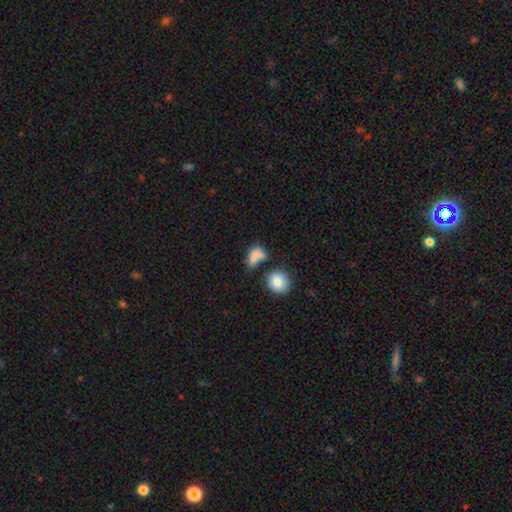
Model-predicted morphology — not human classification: Smooth or featured: smooth — 80% (star or artifact — 11%)
How rounded: in between — 74% (round — 21%)
Merging: none — 36% (merger — 25%)